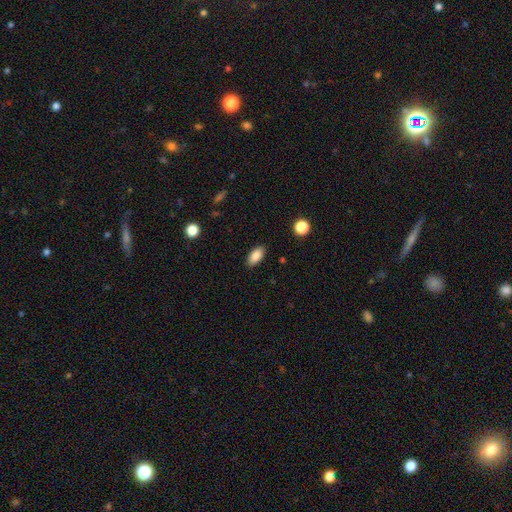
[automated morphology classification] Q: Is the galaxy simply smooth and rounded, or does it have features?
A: smooth — 87%.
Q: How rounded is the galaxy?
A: in between — 91%.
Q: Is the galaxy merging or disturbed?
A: none — 88%.